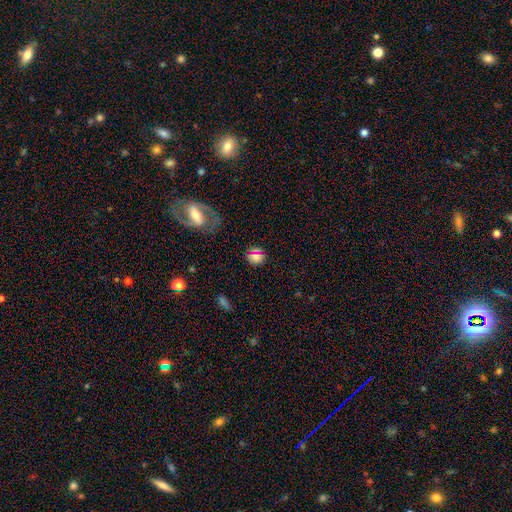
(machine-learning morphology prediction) The model was most divided on "how rounded": round: 72%, in between: 26%, cigar-shaped: 2%. More confident: merging — none (81%); smooth or featured — smooth (68%).